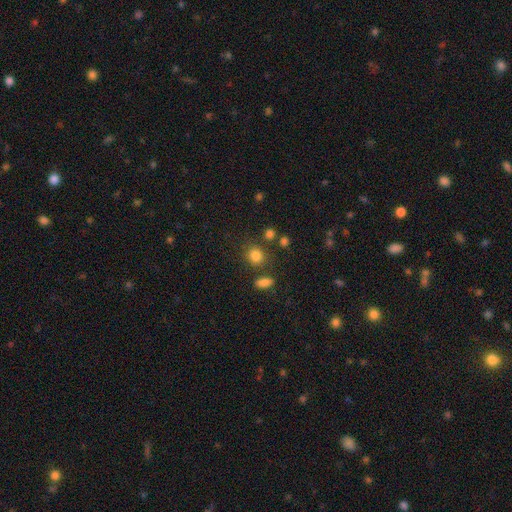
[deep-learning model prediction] Smooth or featured?
  - smooth: 82% *
  - star or artifact: 12%
  - featured or disk: 6%
How rounded?
  - round: 74% *
  - in between: 25%
  - cigar-shaped: 1%
Merging?
  - none: 75% *
  - minor disturbance: 11%
  - merger: 9%
  - major disturbance: 4%